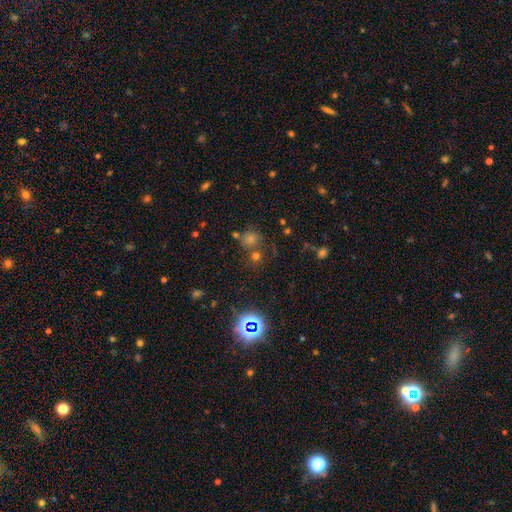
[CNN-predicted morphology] A star or artifact, not a galaxy (49%).